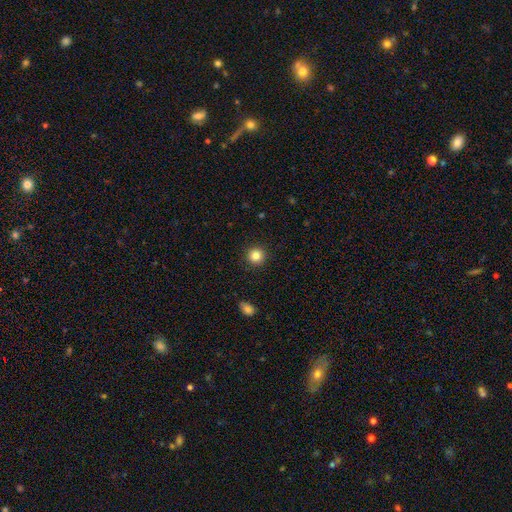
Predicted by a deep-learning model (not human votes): Q: Smooth or featured?
A: smooth (83%); runner-up: star or artifact (11%)
Q: How rounded?
A: round (95%); runner-up: in between (4%)
Q: Merging?
A: none (92%); runner-up: minor disturbance (5%)